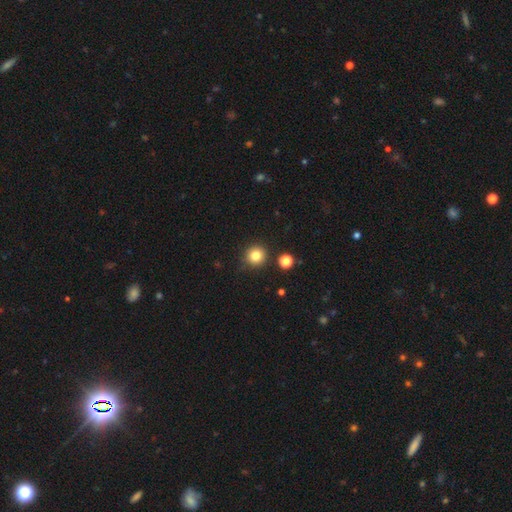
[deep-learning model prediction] A smooth galaxy with no disk features (82%) that is round (94%). Merging: none (87%).